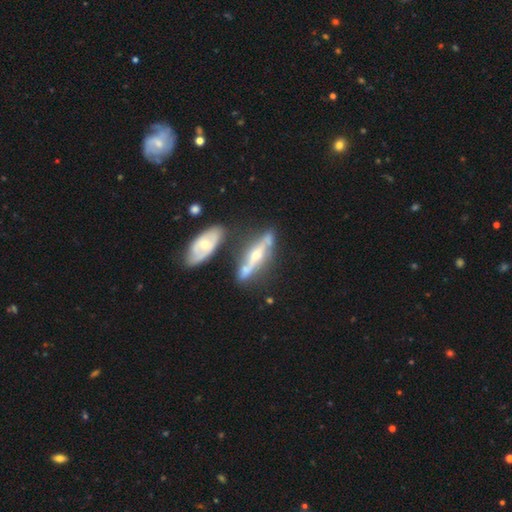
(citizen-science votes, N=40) A featured or disk galaxy (88%) viewed edge-on (51%) with a rounded central bulge (94%). Merging: none (59%).